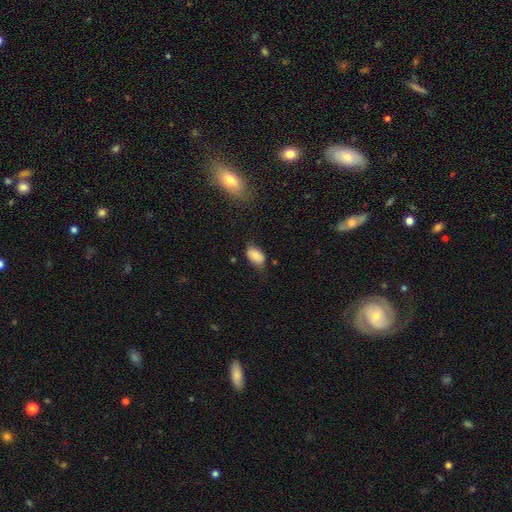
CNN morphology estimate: Q: Smooth or featured?
A: smooth (82%); runner-up: featured or disk (10%)
Q: How rounded?
A: in between (92%); runner-up: round (6%)
Q: Merging?
A: none (62%); runner-up: minor disturbance (29%)